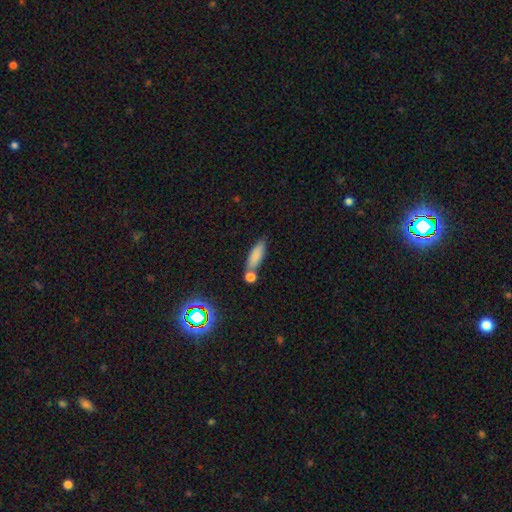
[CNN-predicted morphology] This appears to be a smooth galaxy with no disk features (81%) that is in between round and cigar-shaped (53%). Merging: none (57%).